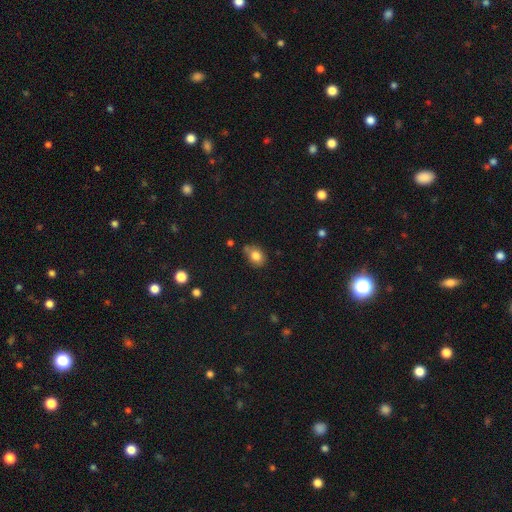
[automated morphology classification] type=smooth (82%); roundness=in between (51%); merging=none (65%).